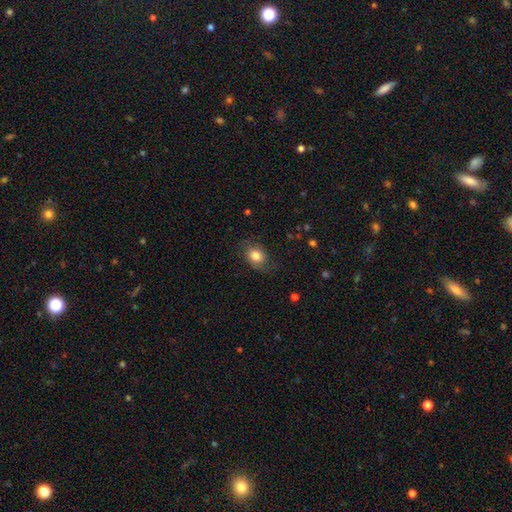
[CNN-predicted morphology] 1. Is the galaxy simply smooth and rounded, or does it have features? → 75% smooth, 16% featured or disk, 9% star or artifact.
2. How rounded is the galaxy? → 60% in between, 39% round, 1% cigar-shaped.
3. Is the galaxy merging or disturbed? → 68% none, 22% minor disturbance, 9% major disturbance, 1% merger.